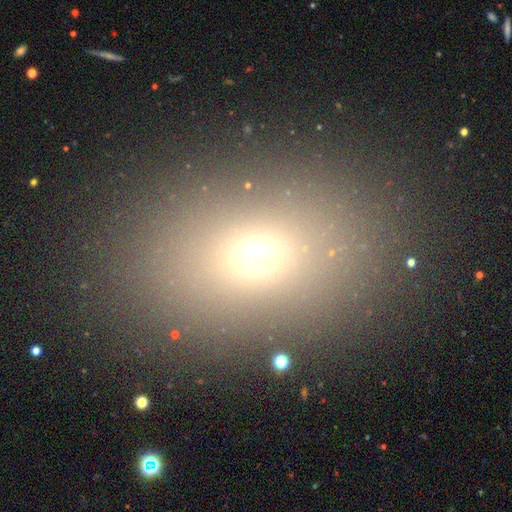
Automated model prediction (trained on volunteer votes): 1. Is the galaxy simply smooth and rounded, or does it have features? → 66% smooth, 22% star or artifact, 12% featured or disk.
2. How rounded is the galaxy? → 67% in between, 32% round, 2% cigar-shaped.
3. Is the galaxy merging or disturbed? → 85% none, 8% minor disturbance, 5% major disturbance, 2% merger.